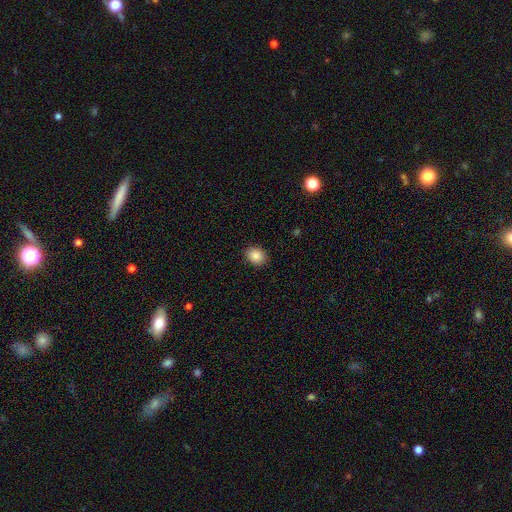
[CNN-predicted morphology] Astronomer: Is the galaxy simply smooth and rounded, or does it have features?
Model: smooth — 88%.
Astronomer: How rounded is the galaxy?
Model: round — 52% (runner-up: in between, 47%).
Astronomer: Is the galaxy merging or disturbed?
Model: none — 89%.